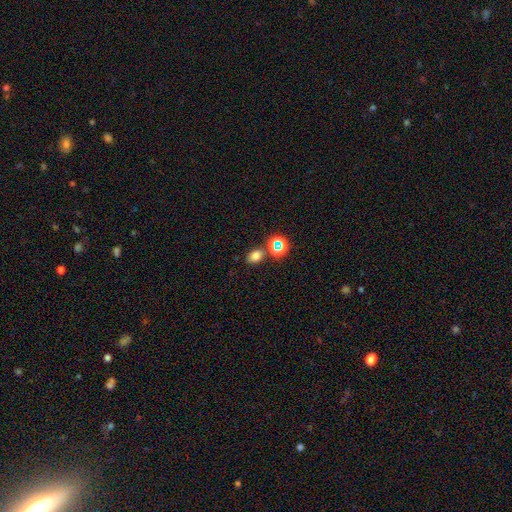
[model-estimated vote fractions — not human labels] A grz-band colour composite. It shows a smooth galaxy with no disk features (72%) that is in between round and cigar-shaped (70%). Merging: none (75%).